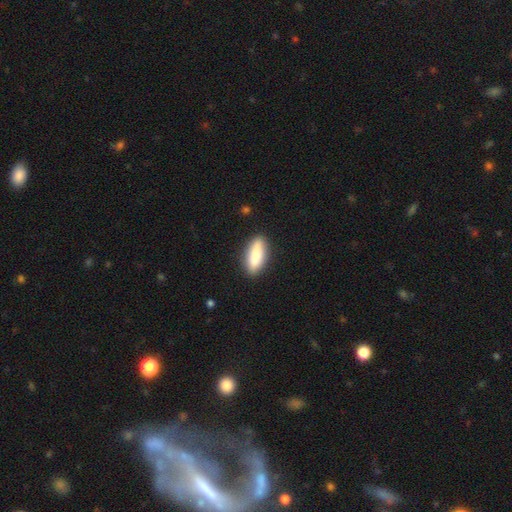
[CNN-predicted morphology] This appears to be a smooth galaxy with no disk features (84%) that is in between round and cigar-shaped (61%). Merging: none (87%).